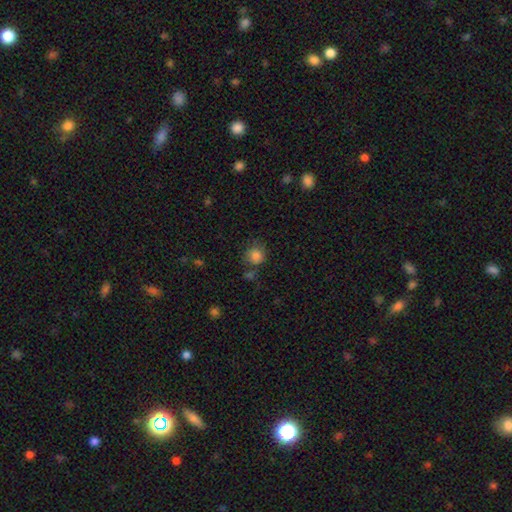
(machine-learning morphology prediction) A smooth galaxy with no disk features (83%) that is round (82%). Merging: none (63%).